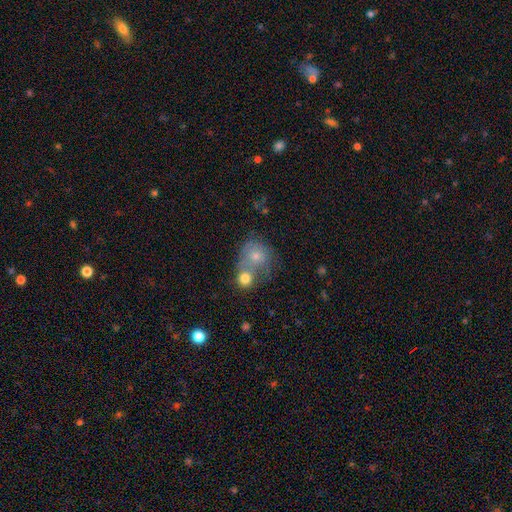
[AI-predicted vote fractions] The model was most divided on "merging": merger: 63%, none: 21%, minor disturbance: 9%, major disturbance: 7%. More confident: how rounded — round (73%); smooth or featured — smooth (68%).